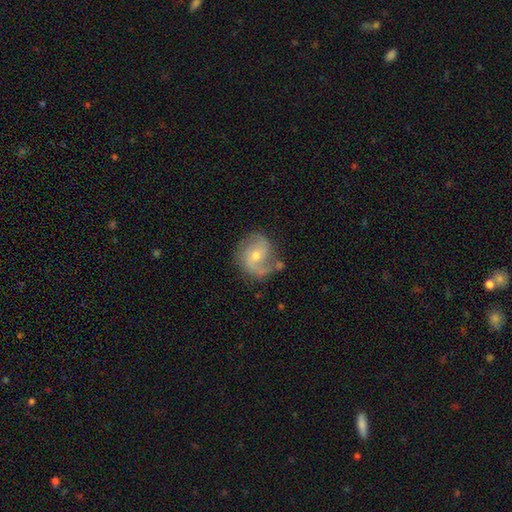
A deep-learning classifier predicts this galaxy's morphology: Smooth or featured? Predicted: featured or disk (p=0.80). Edge-on disk? Predicted: no (p=0.98). Bar? Predicted: no (p=0.50). Spiral arms? Predicted: yes (p=0.94). Spiral winding? Predicted: medium (p=0.47). Spiral arm count? Predicted: 2 (p=0.75). Bulge size? Predicted: moderate (p=0.49). Merging? Predicted: none (p=0.64).